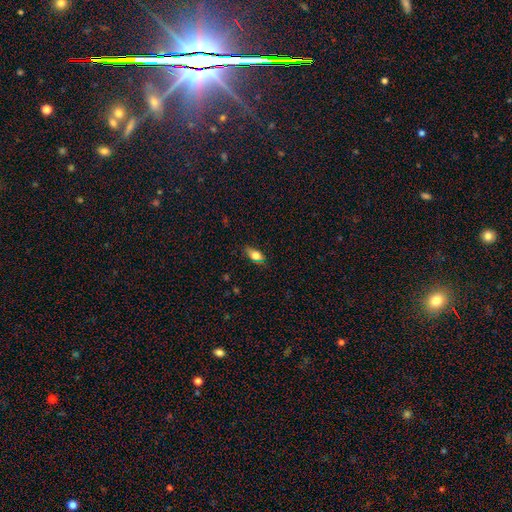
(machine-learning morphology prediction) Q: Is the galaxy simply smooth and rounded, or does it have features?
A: smooth — 73%.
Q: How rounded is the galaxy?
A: in between — 81%.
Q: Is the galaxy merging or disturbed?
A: none — 79%.